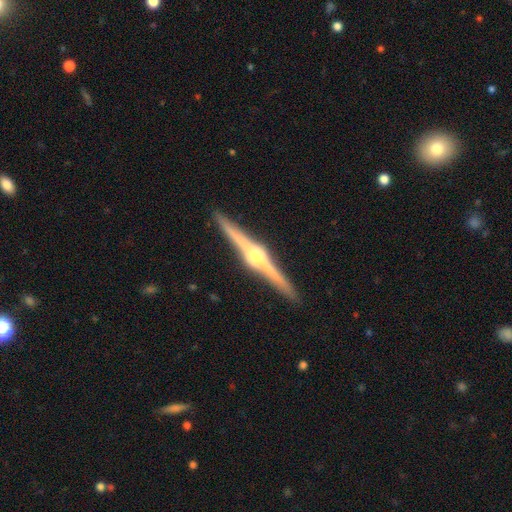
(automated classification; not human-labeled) featured or disk 87%, smooth 9%, star or artifact 5%. Down the decision tree: edge-on disk — yes (99%); edge-on bulge — rounded (93%); merging — none (92%).